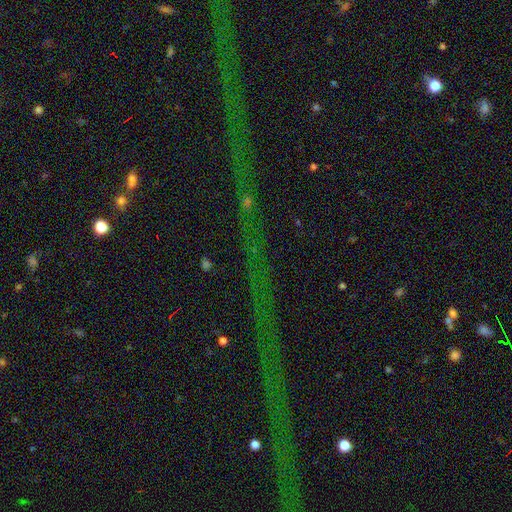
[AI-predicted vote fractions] Overall: star or artifact (75%).